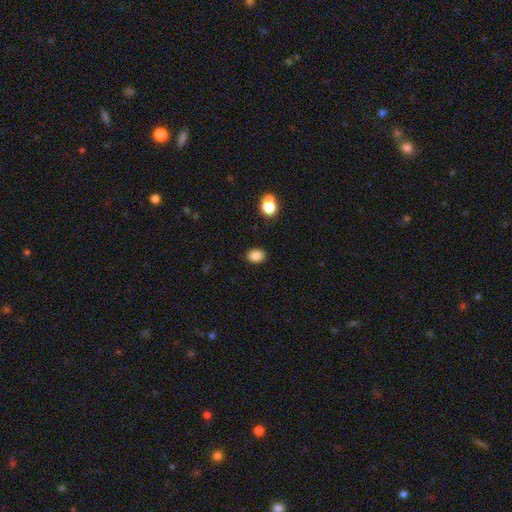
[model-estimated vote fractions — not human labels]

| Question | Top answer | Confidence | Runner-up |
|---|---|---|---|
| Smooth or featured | smooth | 84% | star or artifact (10%) |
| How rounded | in between | 63% | round (36%) |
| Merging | none | 88% | minor disturbance (8%) |